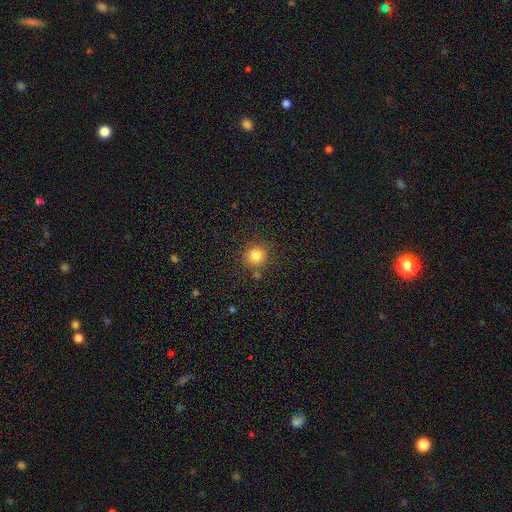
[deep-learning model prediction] smooth-or-featured: smooth: 82% | star or artifact: 12% | featured or disk: 6%
  how-rounded: round: 91% | in between: 8% | cigar-shaped: 1%
  merging: none: 84% | minor disturbance: 9% | merger: 4% | major disturbance: 3%